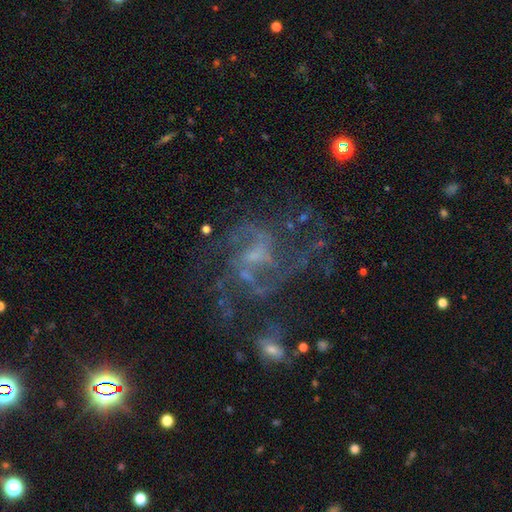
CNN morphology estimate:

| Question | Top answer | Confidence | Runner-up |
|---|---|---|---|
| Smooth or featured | featured or disk | 79% | star or artifact (14%) |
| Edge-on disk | no | 98% | yes (2%) |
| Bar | weak | 46% | no (42%) |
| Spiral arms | yes | 87% | no (13%) |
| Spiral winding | medium | 49% | loose (30%) |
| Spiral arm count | can't tell | 29% | 2 (26%) |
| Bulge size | small | 48% | none (29%) |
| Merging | none | 53% | major disturbance (24%) |